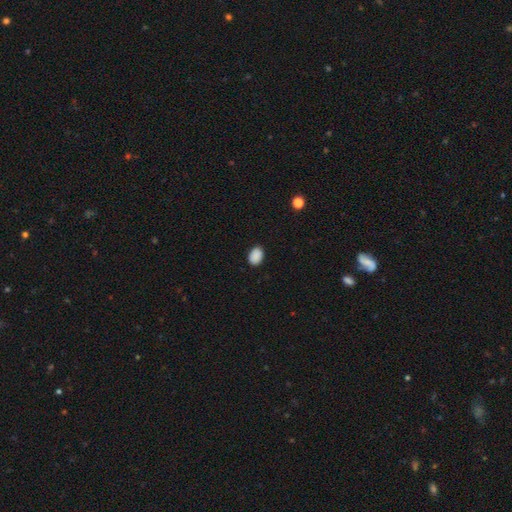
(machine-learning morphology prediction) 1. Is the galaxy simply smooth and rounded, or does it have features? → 89% smooth, 8% star or artifact, 3% featured or disk.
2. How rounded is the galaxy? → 79% in between, 21% round, 1% cigar-shaped.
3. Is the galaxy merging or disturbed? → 88% none, 9% minor disturbance, 2% major disturbance, 1% merger.